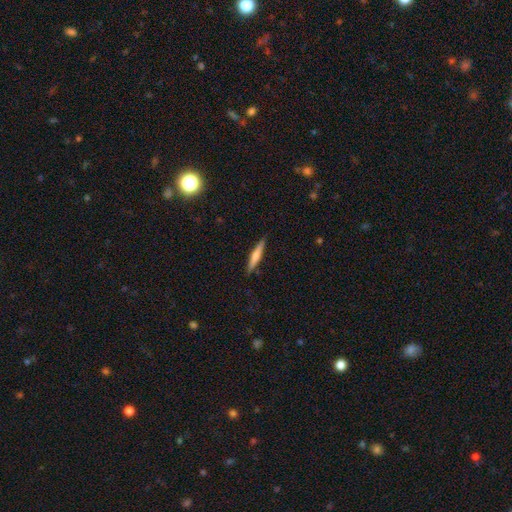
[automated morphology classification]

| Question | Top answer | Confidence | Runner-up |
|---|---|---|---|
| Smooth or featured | smooth | 49% | featured or disk (45%) |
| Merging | none | 90% | minor disturbance (8%) |